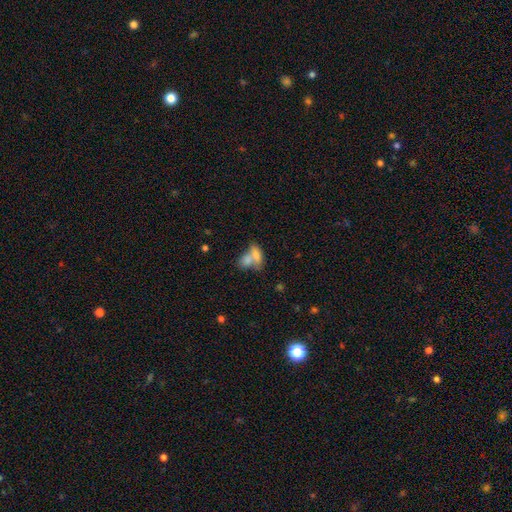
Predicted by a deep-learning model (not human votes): The model was most divided on "merging": merger: 67%, none: 21%, minor disturbance: 7%, major disturbance: 5%. More confident: how rounded — in between (83%); smooth or featured — smooth (74%).